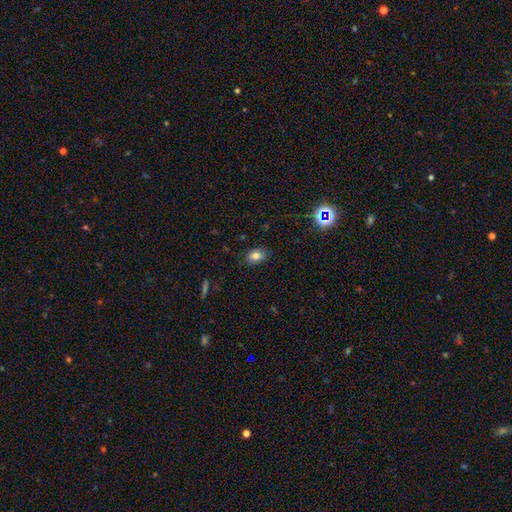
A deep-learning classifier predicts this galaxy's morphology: Smooth or featured? Predicted: smooth (p=0.80). How rounded? Predicted: in between (p=0.81). Merging? Predicted: none (p=0.86).